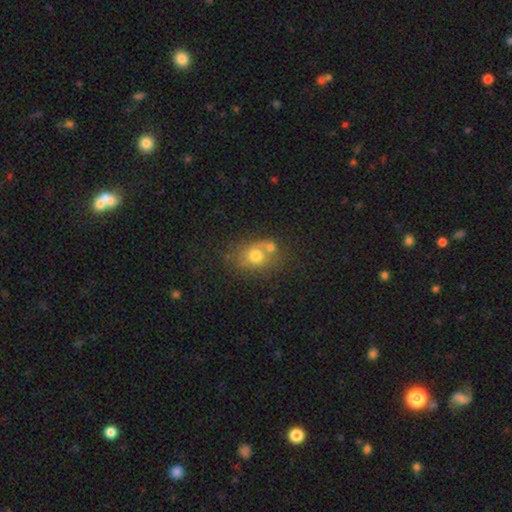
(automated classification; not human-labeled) A smooth galaxy with no disk features (66%) that is round (51%).

Vote fractions:
- Smooth or featured? smooth: 66% / featured or disk: 21% / star or artifact: 13%
- How rounded? round: 51% / in between: 48% / cigar-shaped: 1%
- Merging? none: 42% / merger: 33% / minor disturbance: 16% / major disturbance: 8%